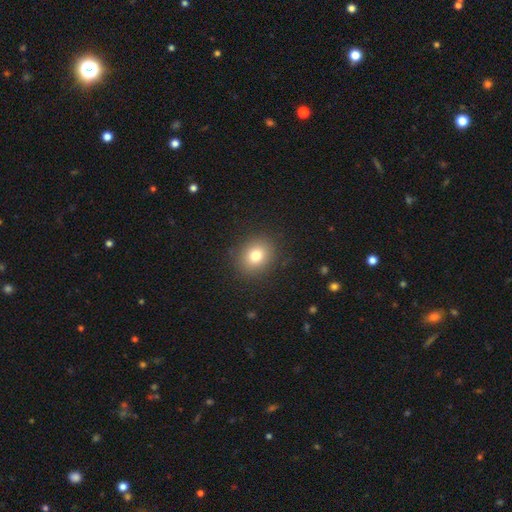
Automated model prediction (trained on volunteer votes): Smooth or featured? smooth (78%)
How rounded? round (69%)
Merging? none (88%)